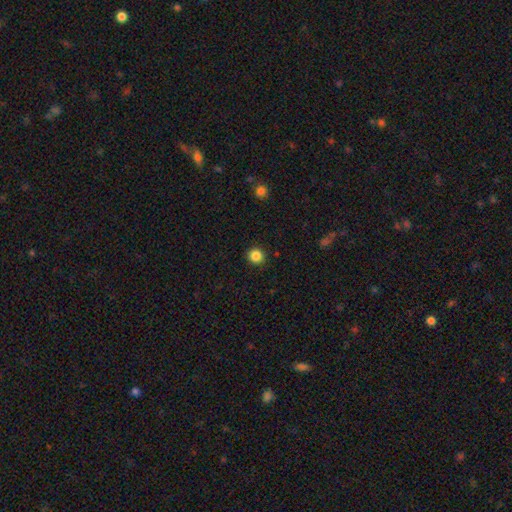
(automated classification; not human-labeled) smooth 86%, star or artifact 11%, featured or disk 4%. Down the decision tree: how rounded — round (91%); merging — none (92%).